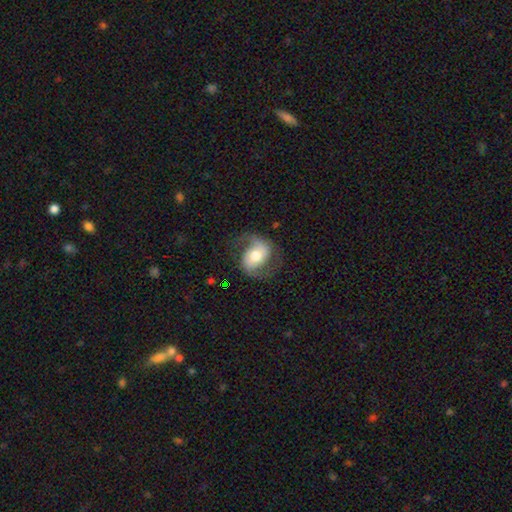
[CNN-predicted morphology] This is likely a featured or disk galaxy (74%). It is clearly not viewed edge-on (97%). Bar: possibly no (54%). Spiral arm pattern: clearly yes (91%). Spiral arm count: clearly 2 (89%). Spiral winding: possibly medium (46%). Central bulge: likely moderate (66%). Merging: likely none (66%).